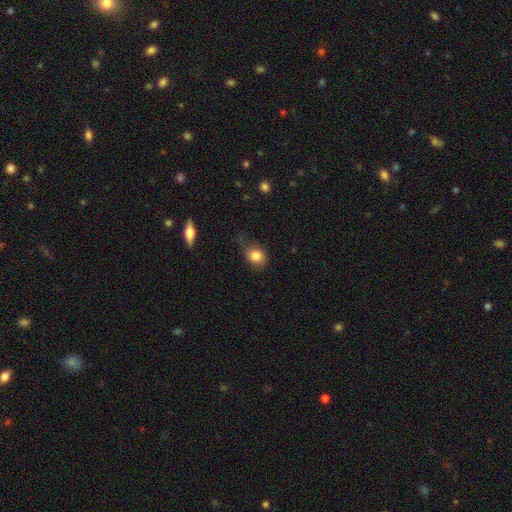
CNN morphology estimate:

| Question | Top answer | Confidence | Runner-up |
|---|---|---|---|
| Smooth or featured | smooth | 82% | star or artifact (9%) |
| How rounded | round | 56% | in between (42%) |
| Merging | none | 52% | minor disturbance (32%) |